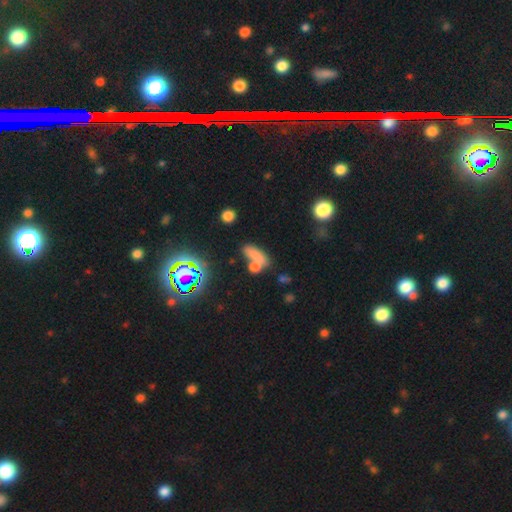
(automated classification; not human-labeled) smooth_or_featured: smooth (p=0.67) [alt: star or artifact p=0.19]
how_rounded: in between (p=0.57) [alt: cigar-shaped p=0.34]
merging: merger (p=0.42) [alt: none p=0.40]